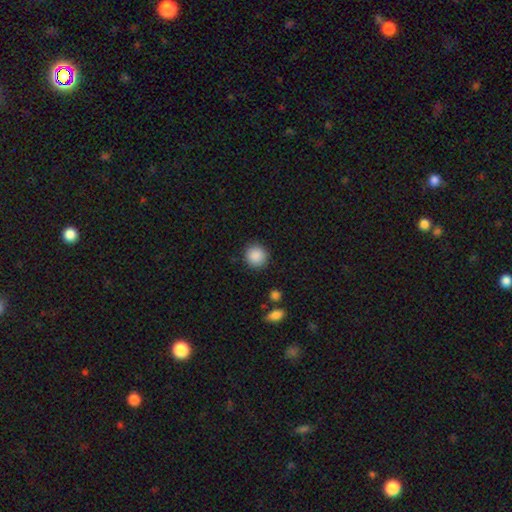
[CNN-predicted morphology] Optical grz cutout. It shows a smooth galaxy with no disk features (89%) that is round (92%). Merging: none (90%).